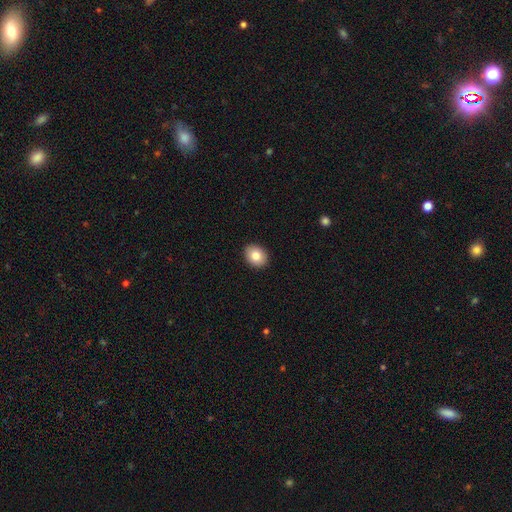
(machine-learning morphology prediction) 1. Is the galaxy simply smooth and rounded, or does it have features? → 83% smooth, 9% featured or disk, 8% star or artifact.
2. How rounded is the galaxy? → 50% in between, 49% round, 1% cigar-shaped.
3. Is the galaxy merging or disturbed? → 91% none, 6% minor disturbance, 2% major disturbance, 1% merger.